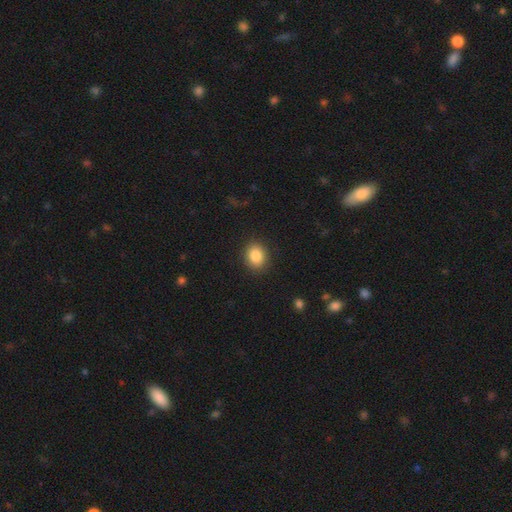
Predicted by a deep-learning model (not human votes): Smooth or featured: smooth — 86% (star or artifact — 9%)
How rounded: round — 58% (in between — 41%)
Merging: none — 89% (minor disturbance — 7%)